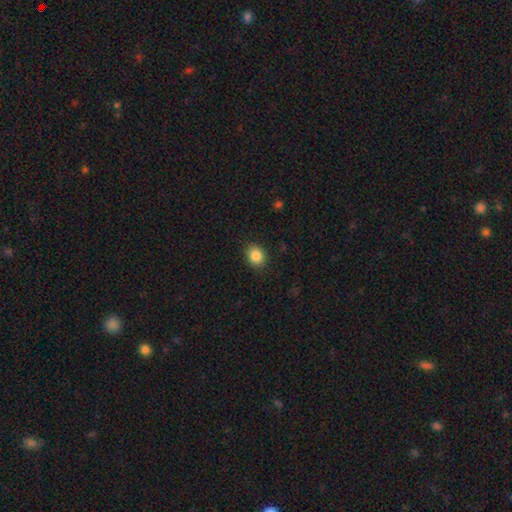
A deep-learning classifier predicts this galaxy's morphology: Overall: smooth (86%). How rounded: round (58%; in between 41%). Merging: none (88%).